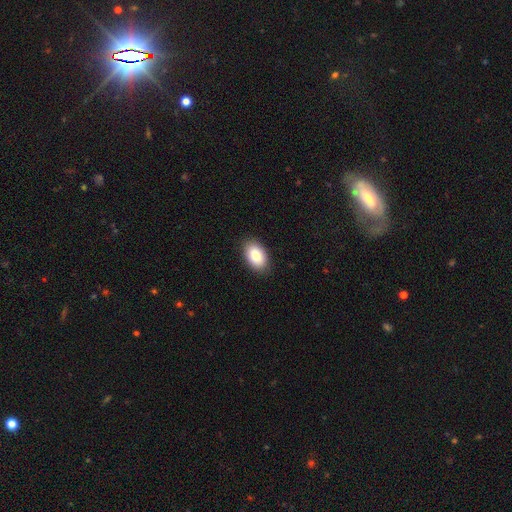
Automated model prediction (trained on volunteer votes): This is clearly a smooth galaxy (85%). How rounded: clearly in between (91%). Merging: clearly none (89%).